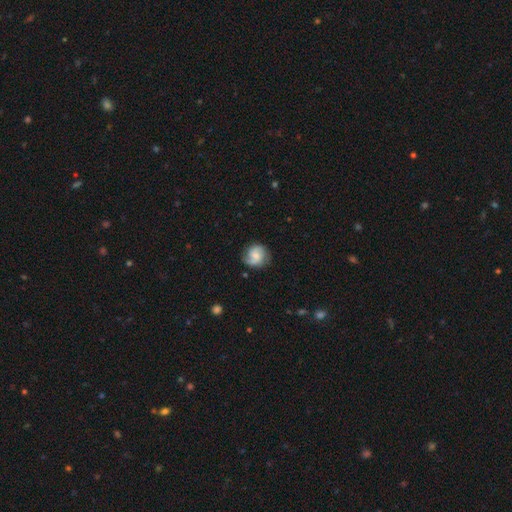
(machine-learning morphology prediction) This is likely a featured or disk galaxy (62%). It is clearly not viewed edge-on (98%). Bar: possibly no (59%). Spiral arm pattern: clearly yes (92%). Spiral arm count: likely 2 (72%). Spiral winding: marginally medium (44%). Central bulge: possibly small (49%). Merging: likely none (75%).